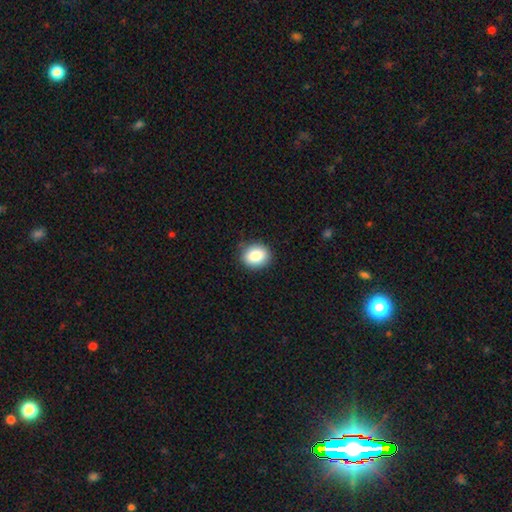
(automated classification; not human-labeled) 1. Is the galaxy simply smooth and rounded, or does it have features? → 85% smooth, 9% star or artifact, 7% featured or disk.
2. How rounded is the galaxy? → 64% round, 35% in between, 1% cigar-shaped.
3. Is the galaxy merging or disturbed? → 87% none, 10% minor disturbance, 2% major disturbance, 1% merger.